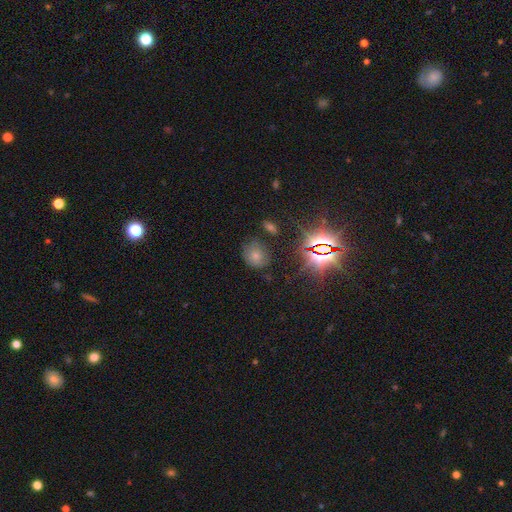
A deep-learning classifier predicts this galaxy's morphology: Overall: smooth (61%; star or artifact 27%). How rounded: round (62%; in between 37%). Merging: none (72%).